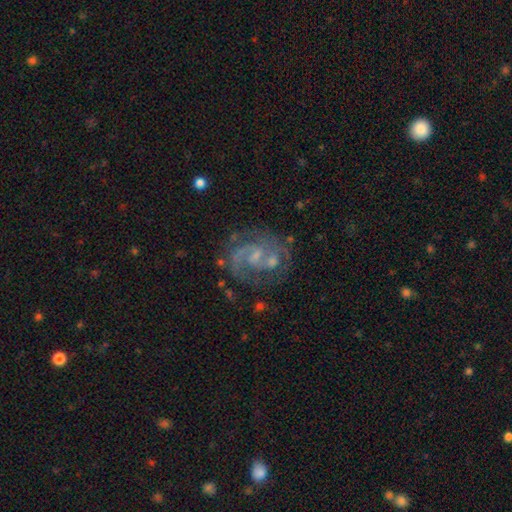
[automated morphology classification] type=featured or disk (85%); edge-on=no (98%); bar=weak (51%); spiral arms=yes (94%); winding=medium (52%); arm count=2 (72%); bulge=small (59%); merging=none (57%).